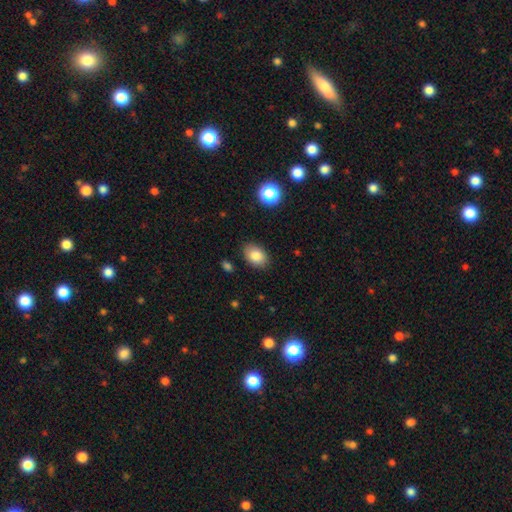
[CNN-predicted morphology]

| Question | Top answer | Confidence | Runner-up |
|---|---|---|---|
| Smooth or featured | smooth | 85% | star or artifact (9%) |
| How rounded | in between | 82% | round (17%) |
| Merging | none | 86% | minor disturbance (10%) |